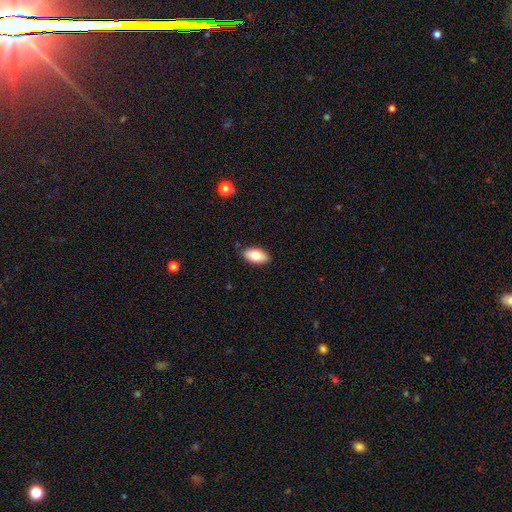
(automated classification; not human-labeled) Morphology: type=smooth (80%); roundness=in between (92%); merging=none (86%).